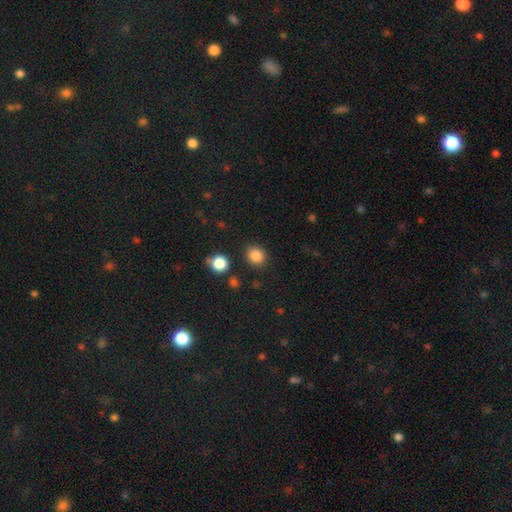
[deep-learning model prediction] smooth-or-featured: smooth: 85% | star or artifact: 11% | featured or disk: 4%
  how-rounded: round: 74% | in between: 25% | cigar-shaped: 1%
  merging: none: 85% | minor disturbance: 9% | major disturbance: 3% | merger: 3%